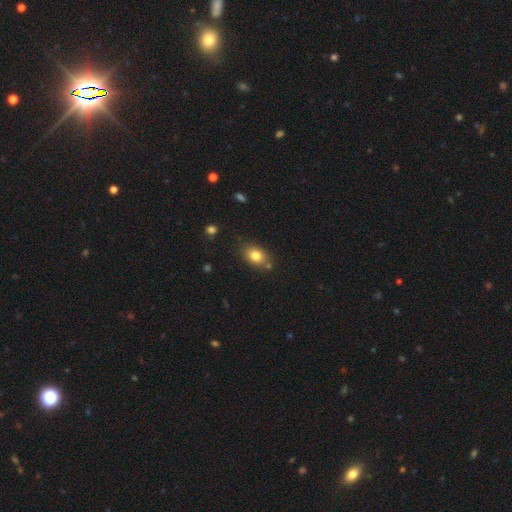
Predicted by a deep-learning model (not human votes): smooth 80%, star or artifact 10%, featured or disk 10%. Down the decision tree: how rounded — in between (71%); merging — none (76%).